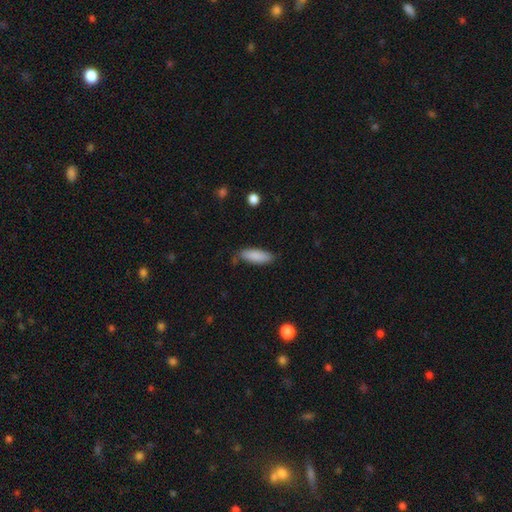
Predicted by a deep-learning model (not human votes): Smooth or featured? Predicted: smooth (p=0.87). How rounded? Predicted: in between (p=0.61). Merging? Predicted: none (p=0.74).